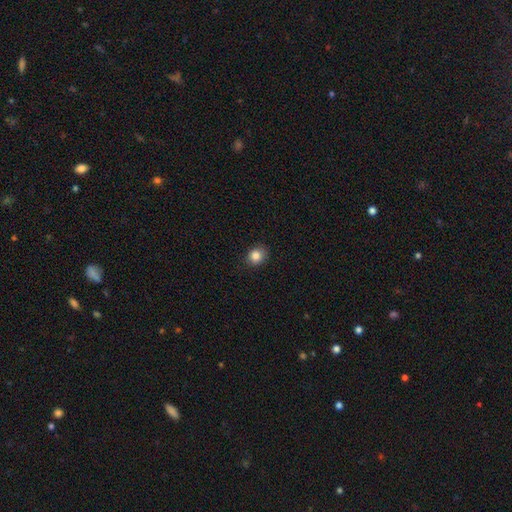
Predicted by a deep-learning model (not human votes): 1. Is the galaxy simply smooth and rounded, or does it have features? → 85% smooth, 10% star or artifact, 5% featured or disk.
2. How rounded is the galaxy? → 68% round, 31% in between, 1% cigar-shaped.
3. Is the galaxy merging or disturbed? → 87% none, 10% minor disturbance, 2% major disturbance, 1% merger.